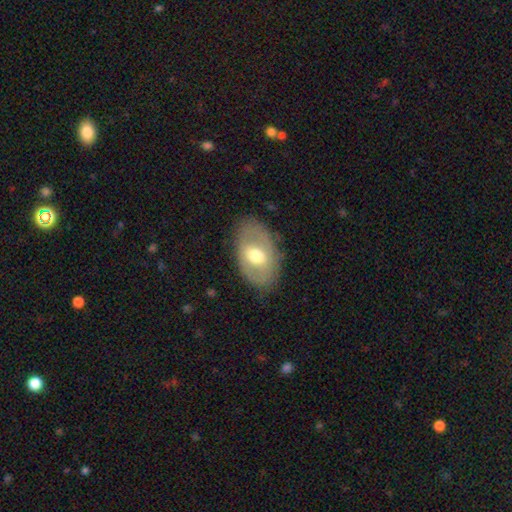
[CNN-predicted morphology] The model was most divided on "smooth or featured": smooth: 47%, featured or disk: 46%, star or artifact: 7%. More confident: merging — none (77%).